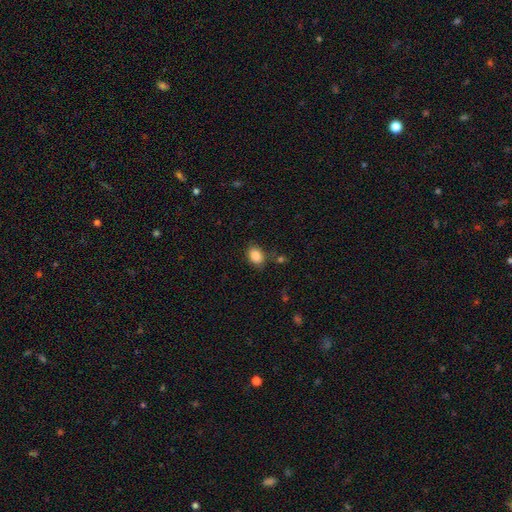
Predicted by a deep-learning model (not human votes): Smooth or featured? Predicted: smooth (p=0.87). How rounded? Predicted: in between (p=0.72). Merging? Predicted: none (p=0.78).